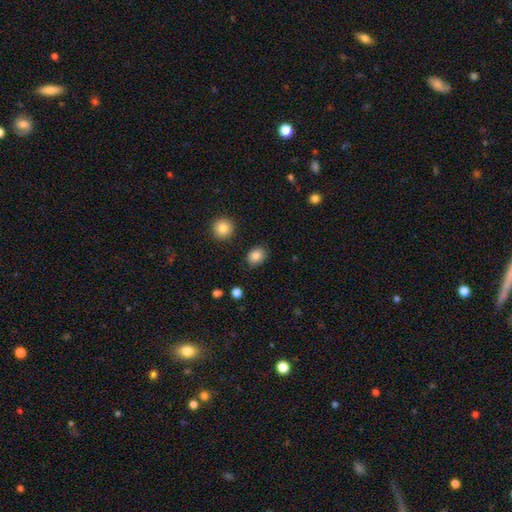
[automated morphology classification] Q: Smooth or featured?
A: smooth (85%); runner-up: star or artifact (9%)
Q: How rounded?
A: round (51%); runner-up: in between (48%)
Q: Merging?
A: none (85%); runner-up: minor disturbance (11%)